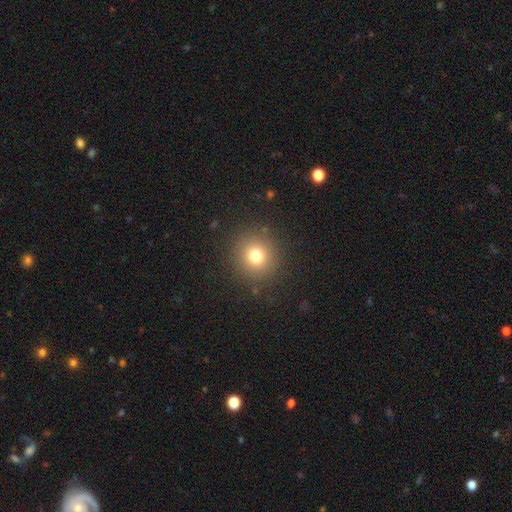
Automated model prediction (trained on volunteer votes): A smooth galaxy with no disk features (76%) that is round (92%). Merging: none (89%).